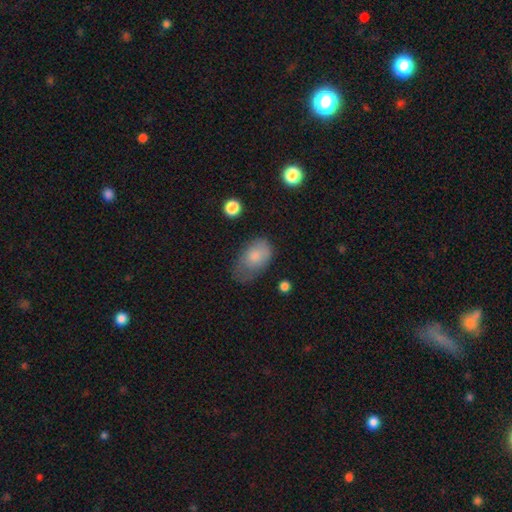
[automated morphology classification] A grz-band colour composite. It shows a smooth galaxy with no disk features (78%) that is in between round and cigar-shaped (90%). Merging: none (44%).